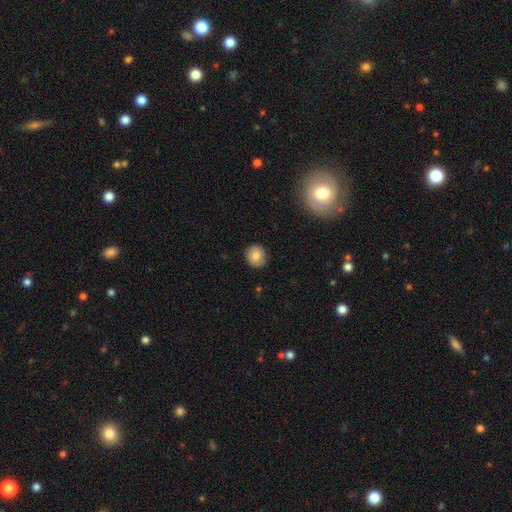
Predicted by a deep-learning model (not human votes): Smooth or featured: smooth — 79% (featured or disk — 12%)
How rounded: round — 85% (in between — 14%)
Merging: none — 89% (minor disturbance — 8%)